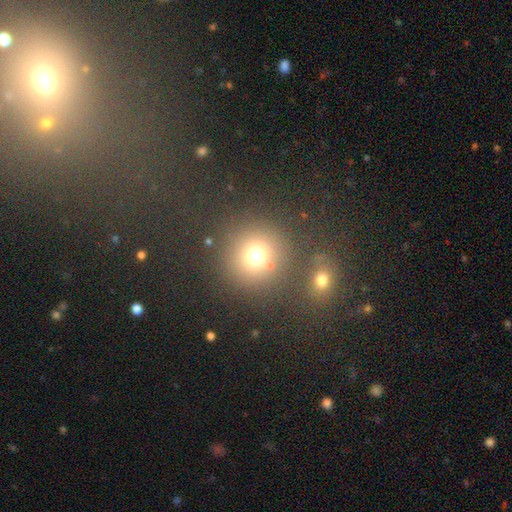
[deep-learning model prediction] This is likely a smooth galaxy (72%). How rounded: clearly round (92%). Merging: likely none (73%).